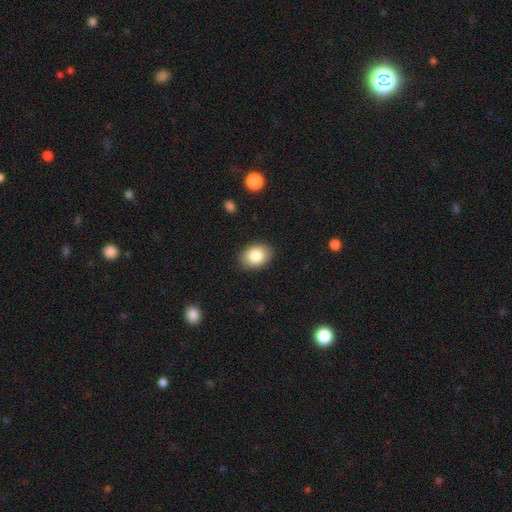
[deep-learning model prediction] Smooth or featured?
  - smooth: 83% *
  - featured or disk: 9%
  - star or artifact: 8%
How rounded?
  - in between: 73% *
  - round: 26%
  - cigar-shaped: 1%
Merging?
  - none: 88% *
  - minor disturbance: 9%
  - major disturbance: 2%
  - merger: 1%